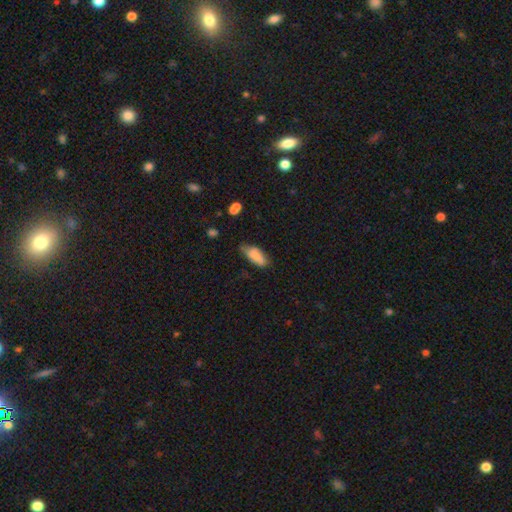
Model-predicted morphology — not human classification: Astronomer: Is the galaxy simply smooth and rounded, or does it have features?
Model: smooth — 81%.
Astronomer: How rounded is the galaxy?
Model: in between — 81%.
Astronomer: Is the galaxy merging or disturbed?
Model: none — 58%.